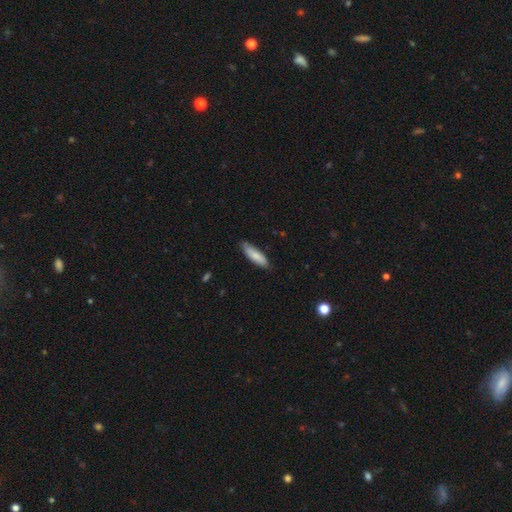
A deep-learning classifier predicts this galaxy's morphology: Smooth or featured: smooth — 81% (featured or disk — 13%)
How rounded: cigar-shaped — 53% (in between — 46%)
Merging: none — 79% (minor disturbance — 17%)